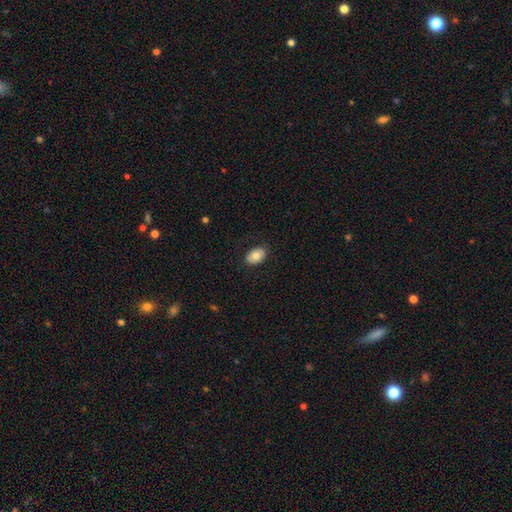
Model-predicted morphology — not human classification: type=smooth (79%); roundness=in between (83%); merging=none (85%).